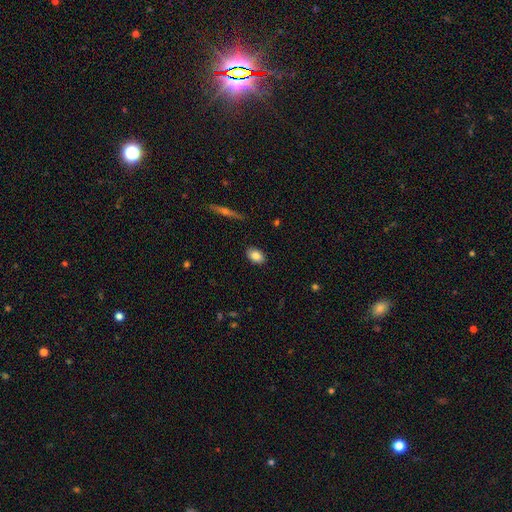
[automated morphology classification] Overall: smooth (84%). How rounded: in between (86%). Merging: none (88%).